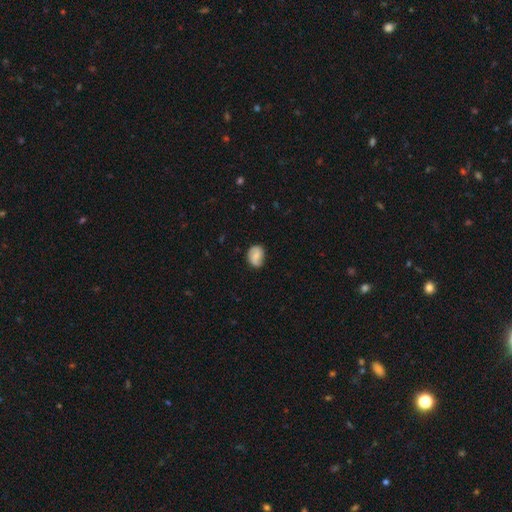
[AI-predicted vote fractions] smooth_or_featured: smooth (p=0.60) [alt: featured or disk p=0.32]
how_rounded: in between (p=0.55) [alt: round p=0.44]
merging: none (p=0.71) [alt: minor disturbance p=0.22]